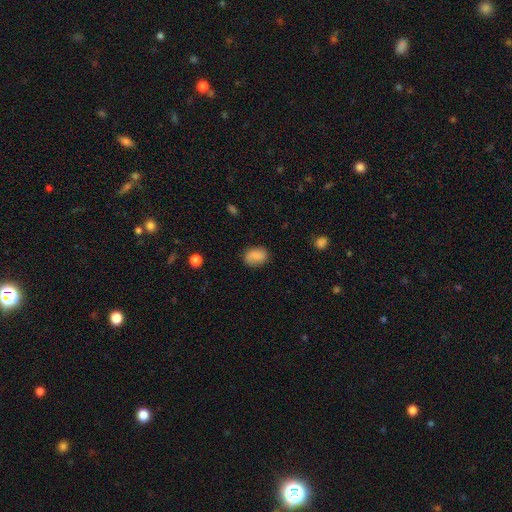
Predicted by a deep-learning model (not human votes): This is likely a smooth galaxy (79%). How rounded: likely in between (75%). Merging: likely none (76%).